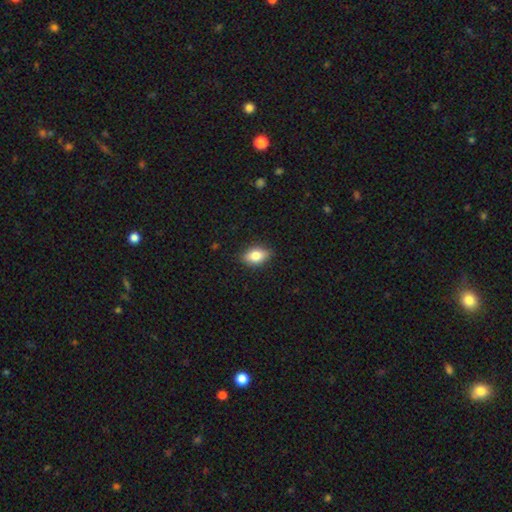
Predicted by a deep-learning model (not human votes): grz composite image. It shows a smooth galaxy with no disk features (80%) that is in between round and cigar-shaped (85%). Merging: none (86%).